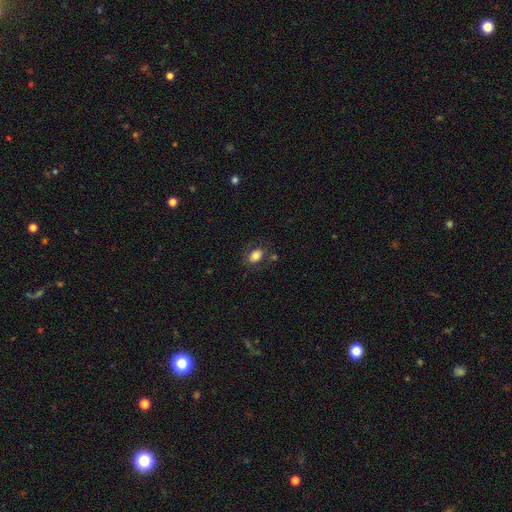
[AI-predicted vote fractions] Q: Smooth or featured?
A: smooth (76%); runner-up: featured or disk (14%)
Q: How rounded?
A: in between (77%); runner-up: round (21%)
Q: Merging?
A: none (73%); runner-up: minor disturbance (15%)